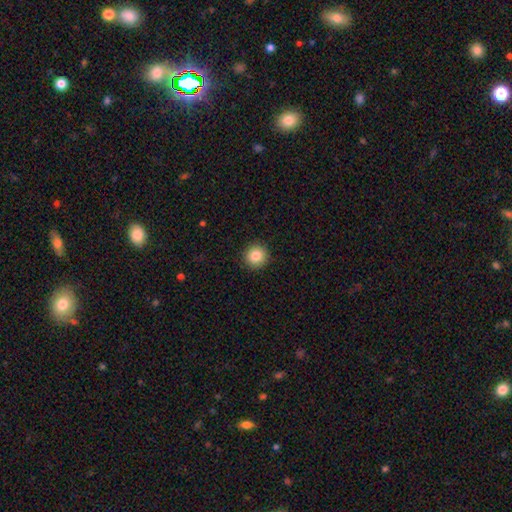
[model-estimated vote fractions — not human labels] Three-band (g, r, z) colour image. It shows a smooth galaxy with no disk features (84%) that is round (94%). Merging: none (92%).